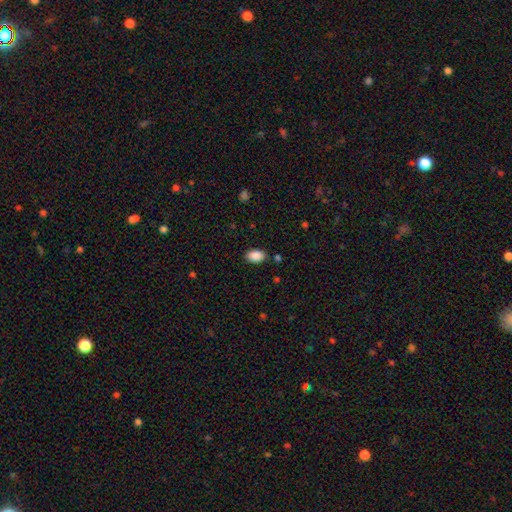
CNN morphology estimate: A smooth galaxy with no disk features (89%) that is in between round and cigar-shaped (90%).

Vote fractions:
- Smooth or featured? smooth: 89% / star or artifact: 8% / featured or disk: 3%
- How rounded? in between: 90% / round: 8% / cigar-shaped: 1%
- Merging? none: 85% / minor disturbance: 10% / major disturbance: 3% / merger: 2%